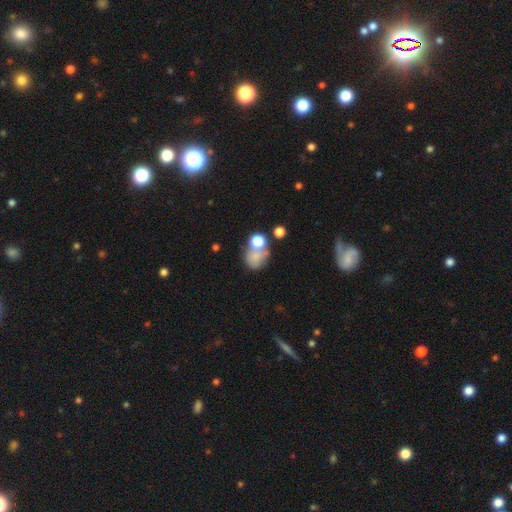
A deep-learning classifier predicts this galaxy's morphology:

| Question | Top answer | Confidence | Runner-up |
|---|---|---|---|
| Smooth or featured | smooth | 68% | featured or disk (17%) |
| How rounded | round | 58% | in between (41%) |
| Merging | merger | 35% | tied: none (35%) |